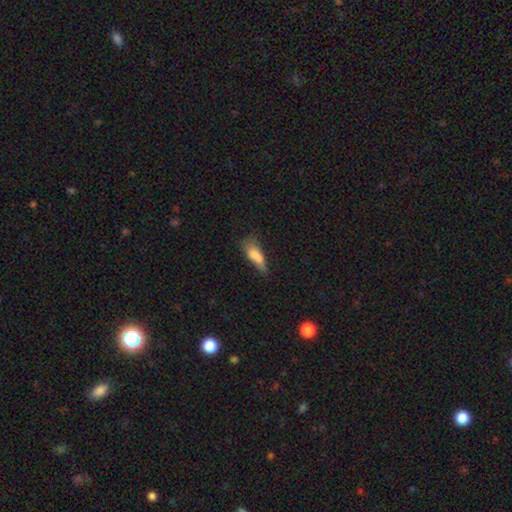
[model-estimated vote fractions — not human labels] This is likely a smooth galaxy (73%). How rounded: likely in between (62%). Merging: marginally minor disturbance (31%, tied with none).